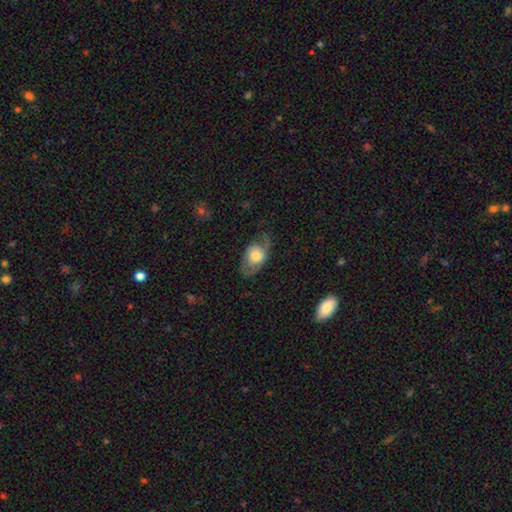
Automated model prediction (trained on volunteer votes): smooth_or_featured: smooth (p=0.51) [alt: featured or disk p=0.42]
how_rounded: in between (p=0.77) [alt: round p=0.21]
merging: none (p=0.49) [alt: minor disturbance p=0.27]